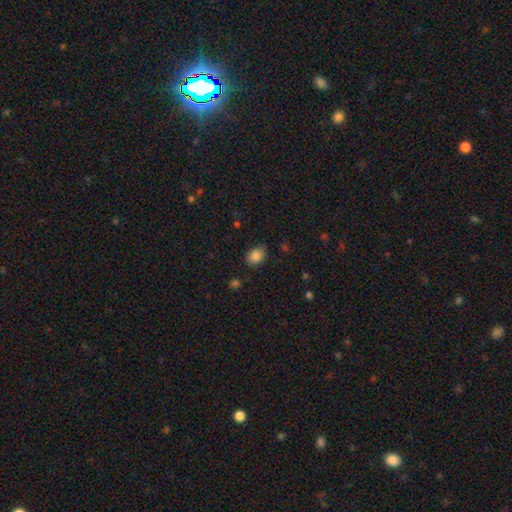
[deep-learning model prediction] Smooth or featured: smooth — 86% (star or artifact — 9%)
How rounded: in between — 62% (round — 37%)
Merging: none — 75% (minor disturbance — 20%)